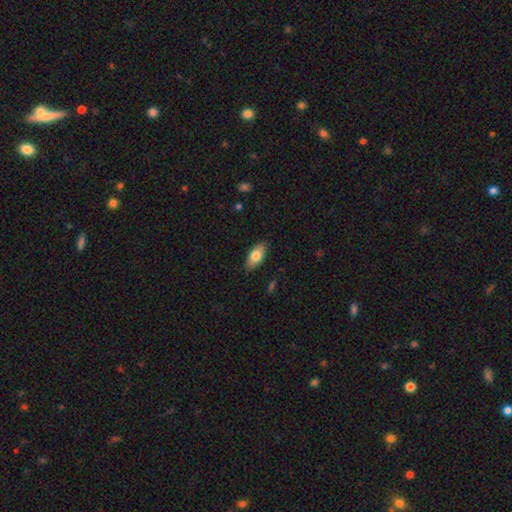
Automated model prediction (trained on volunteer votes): smooth_or_featured: smooth (p=0.76) [alt: featured or disk p=0.18]
how_rounded: in between (p=0.87) [alt: cigar-shaped p=0.10]
merging: none (p=0.87) [alt: minor disturbance p=0.10]